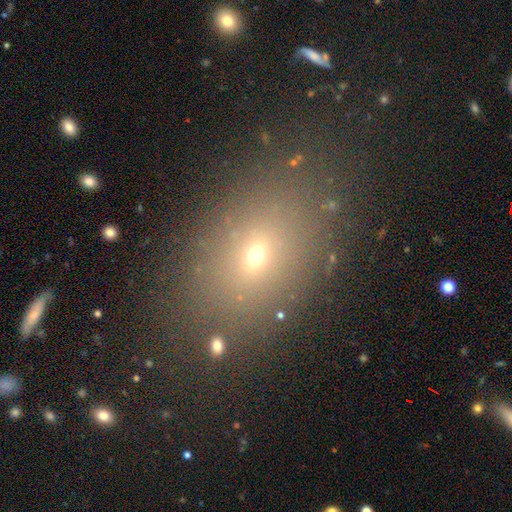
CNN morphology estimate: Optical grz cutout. It shows a smooth galaxy with no disk features (62%) that is in between round and cigar-shaped (74%). Merging: none (81%).